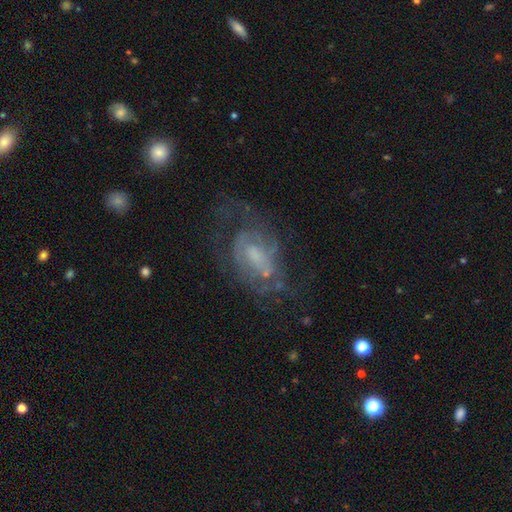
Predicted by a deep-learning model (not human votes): This appears to be a featured or disk galaxy (71%) with no bar (51%), spiral arms (71%) and a small central bulge (38%). Merging: none (48%).